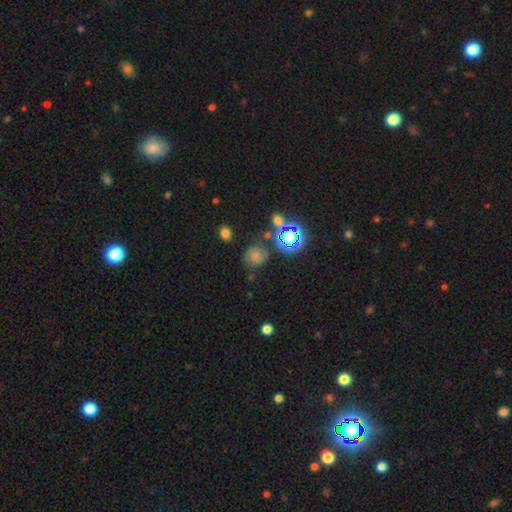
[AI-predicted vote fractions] Smooth or featured: smooth — 56% (star or artifact — 26%)
How rounded: round — 75% (in between — 24%)
Merging: none — 64% (minor disturbance — 21%)